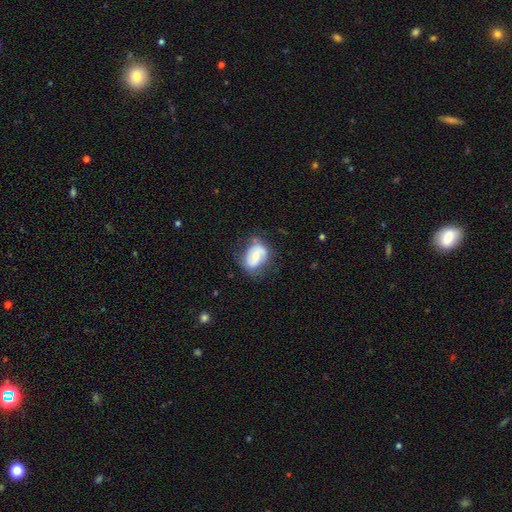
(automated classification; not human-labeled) Smooth or featured? Predicted: smooth (p=0.48). Merging? Predicted: none (p=0.61).